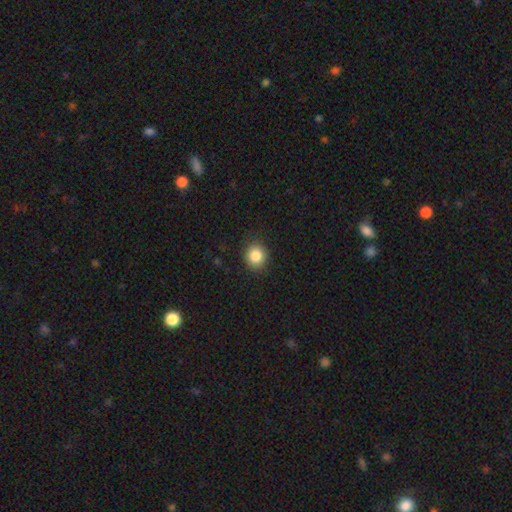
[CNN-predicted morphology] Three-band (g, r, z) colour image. It shows a smooth galaxy with no disk features (85%) that is round (79%). Merging: none (87%).